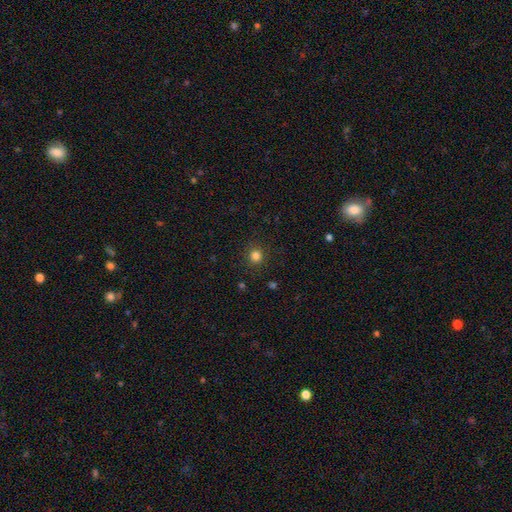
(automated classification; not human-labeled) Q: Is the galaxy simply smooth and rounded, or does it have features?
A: smooth — 82%.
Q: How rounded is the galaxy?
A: round — 91%.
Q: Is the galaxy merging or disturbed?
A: none — 89%.